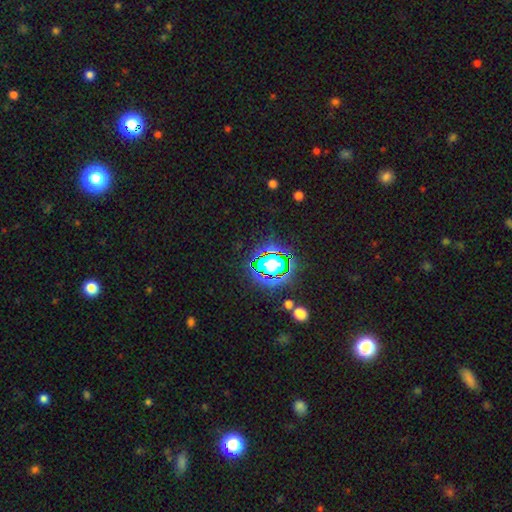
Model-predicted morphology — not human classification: Smooth or featured? Predicted: star or artifact (p=0.78).